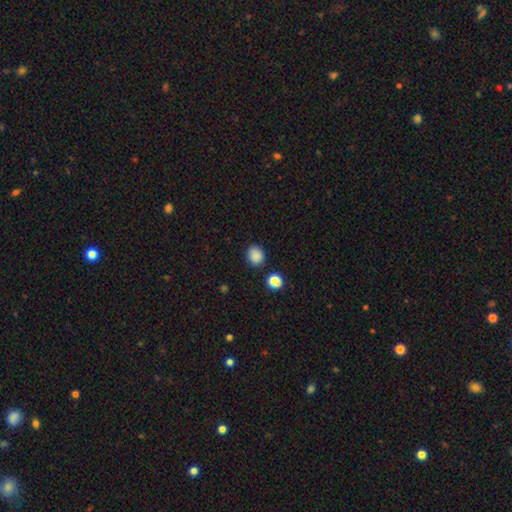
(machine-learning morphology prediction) smooth 86%, star or artifact 11%, featured or disk 3%. Down the decision tree: how rounded — round (71%); merging — none (85%).